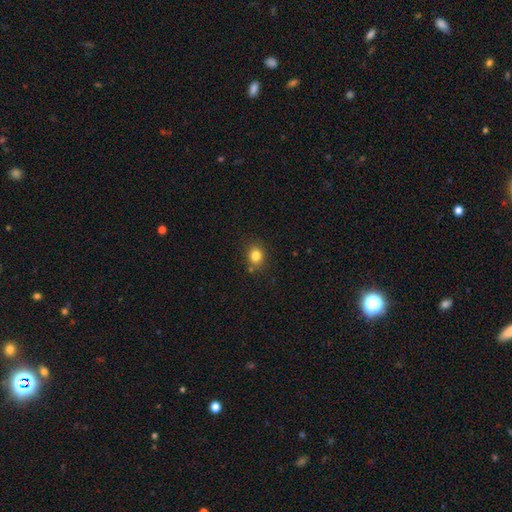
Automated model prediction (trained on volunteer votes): Smooth or featured: smooth — 82% (star or artifact — 12%)
How rounded: round — 67% (in between — 32%)
Merging: none — 80% (minor disturbance — 12%)